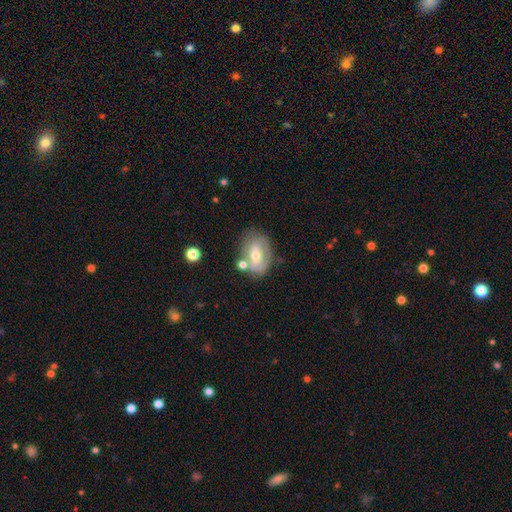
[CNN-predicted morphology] Smooth or featured?
  - featured or disk: 54% *
  - smooth: 39%
  - star or artifact: 8%
Edge-on disk?
  - no: 91% *
  - yes: 9%
Merging?
  - none: 58% *
  - minor disturbance: 20%
  - merger: 14%
  - major disturbance: 8%